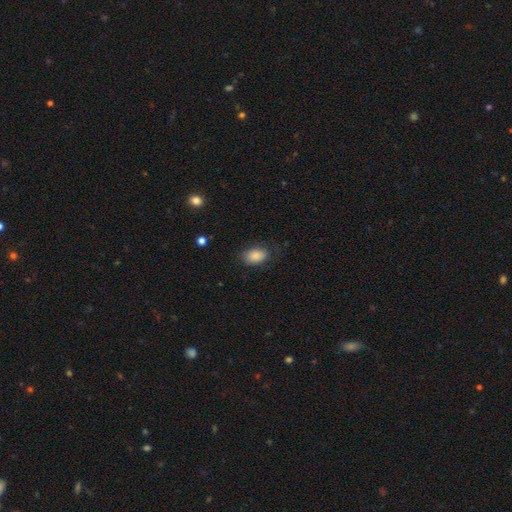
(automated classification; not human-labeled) This is clearly a smooth galaxy (87%). How rounded: clearly in between (87%). Merging: likely none (76%).